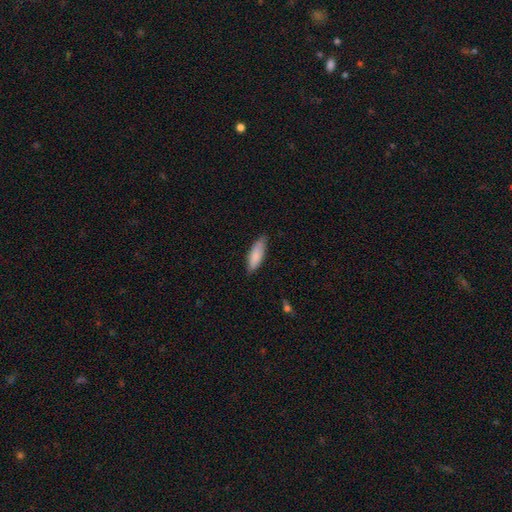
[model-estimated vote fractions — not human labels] Smooth or featured: smooth — 85% (featured or disk — 9%)
How rounded: in between — 55% (cigar-shaped — 43%)
Merging: none — 79% (minor disturbance — 18%)